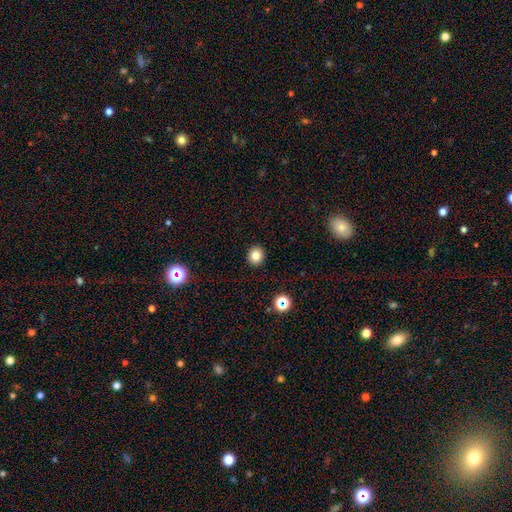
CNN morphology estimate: Smooth or featured? smooth (82%)
How rounded? round (85%)
Merging? none (92%)